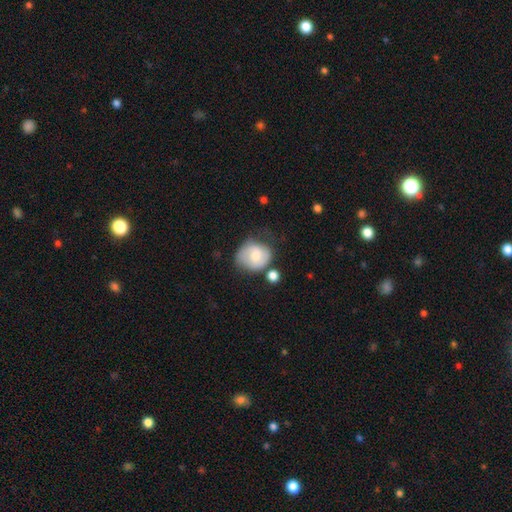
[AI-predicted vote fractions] Morphology: type=smooth (60%); roundness=round (68%); merging=none (52%).